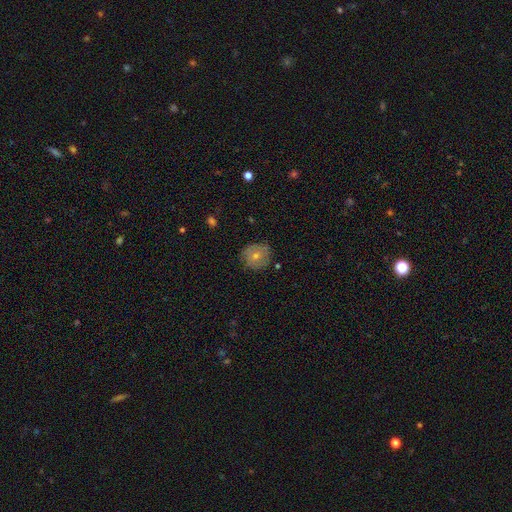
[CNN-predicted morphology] A smooth galaxy with no disk features (48%).

Vote fractions:
- Smooth or featured? smooth: 48% / featured or disk: 39% / star or artifact: 13%
- Merging? none: 82% / minor disturbance: 14% / major disturbance: 3% / merger: 1%